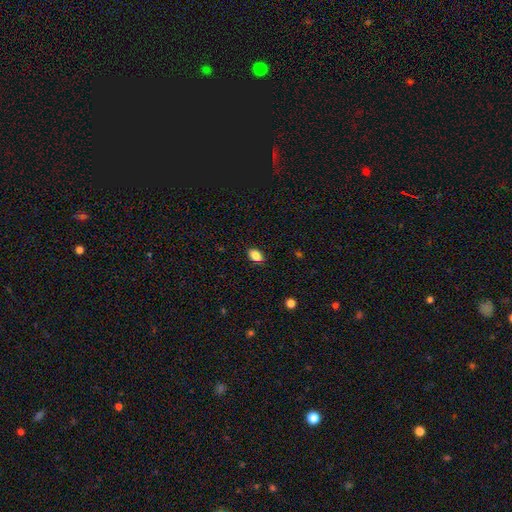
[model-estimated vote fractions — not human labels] This is clearly a smooth galaxy (85%). How rounded: clearly in between (87%). Merging: clearly none (86%).